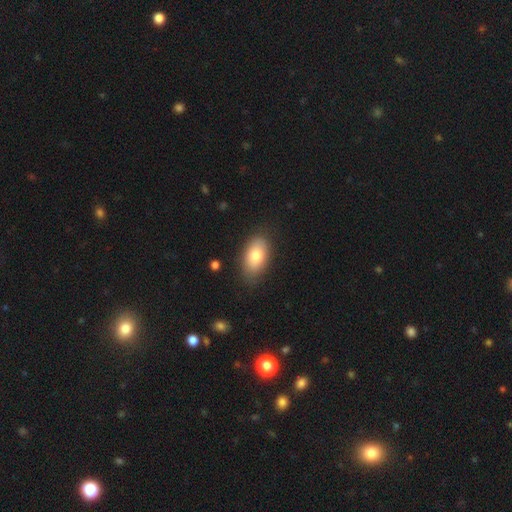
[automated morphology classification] Smooth or featured? smooth (78%)
How rounded? in between (92%)
Merging? none (82%)